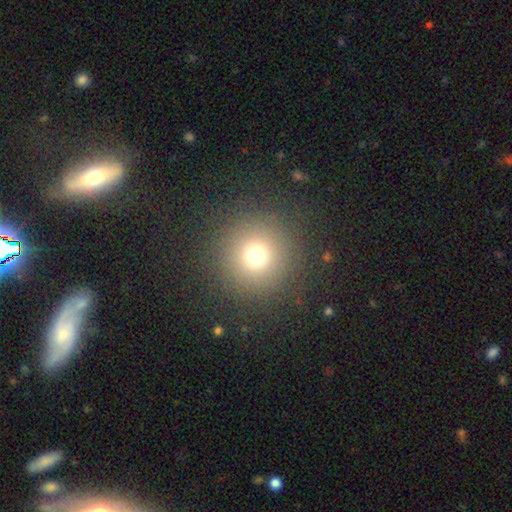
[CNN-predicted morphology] A smooth galaxy with no disk features (71%) that is round (96%). Merging: none (87%).